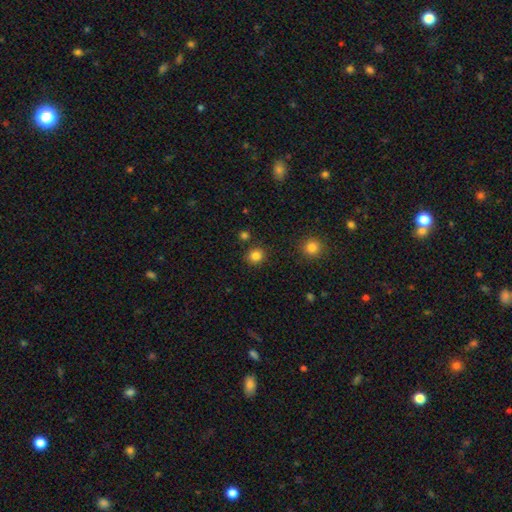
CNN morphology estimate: Q: Smooth or featured?
A: smooth (83%); runner-up: star or artifact (12%)
Q: How rounded?
A: round (85%); runner-up: in between (14%)
Q: Merging?
A: none (86%); runner-up: minor disturbance (8%)